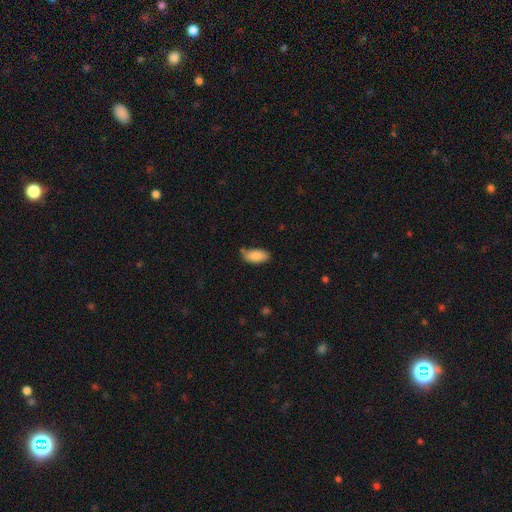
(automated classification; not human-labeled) smooth 87%, star or artifact 7%, featured or disk 6%. Down the decision tree: how rounded — in between (92%); merging — none (72%).